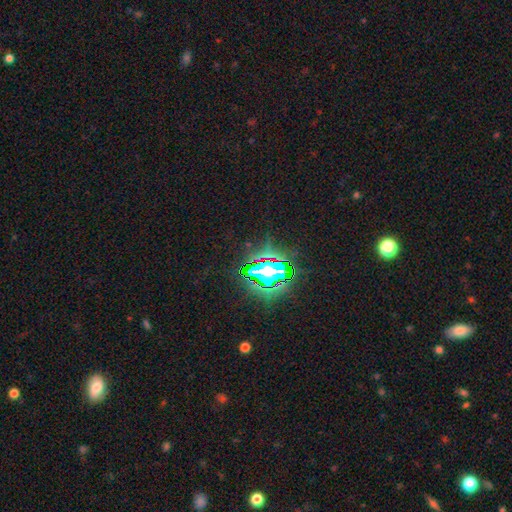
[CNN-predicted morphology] A star or artifact, not a galaxy (84%).